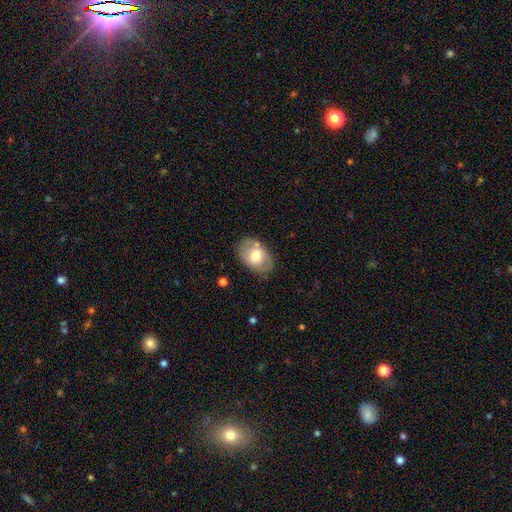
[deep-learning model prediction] Q: Smooth or featured?
A: smooth (64%); runner-up: featured or disk (29%)
Q: How rounded?
A: in between (83%); runner-up: round (16%)
Q: Merging?
A: none (73%); runner-up: minor disturbance (18%)